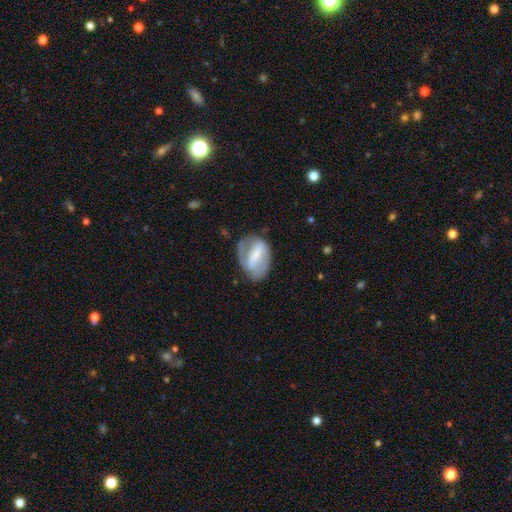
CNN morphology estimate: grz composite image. It shows a featured or disk galaxy (64%) with a strong bar (61%), spiral arms (63%) and a small central bulge (37%). Merging: none (61%).